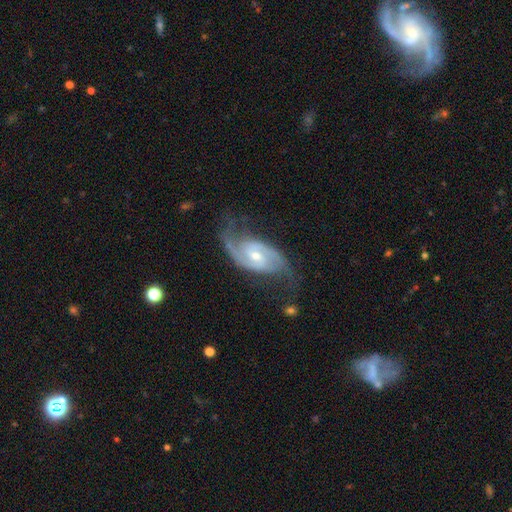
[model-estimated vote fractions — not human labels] Smooth or featured?
  - featured or disk: 89% *
  - smooth: 6%
  - star or artifact: 5%
Edge-on disk?
  - no: 96% *
  - yes: 4%
Bar?
  - weak: 48% *
  - no: 38%
  - strong: 14%
Spiral arms?
  - yes: 97% *
  - no: 3%
Spiral winding?
  - medium: 51% *
  - loose: 25%
  - tight: 24%
Spiral arm count?
  - 2: 89% *
  - can't tell: 4%
  - 3: 3%
  - 1: 2%
  - 4: 1%
  - more than 4: 1%
Bulge size?
  - moderate: 49% *
  - small: 47%
  - large: 2%
  - none: 1%
  - dominant: 1%
Merging?
  - none: 66% *
  - minor disturbance: 21%
  - major disturbance: 11%
  - merger: 2%